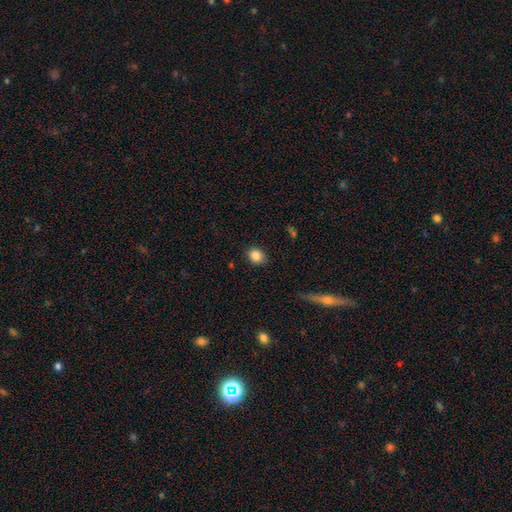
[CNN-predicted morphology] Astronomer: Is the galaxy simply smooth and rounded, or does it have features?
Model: smooth — 86%.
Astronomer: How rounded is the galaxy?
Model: round — 58% (runner-up: in between, 41%).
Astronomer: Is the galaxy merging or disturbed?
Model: none — 87%.